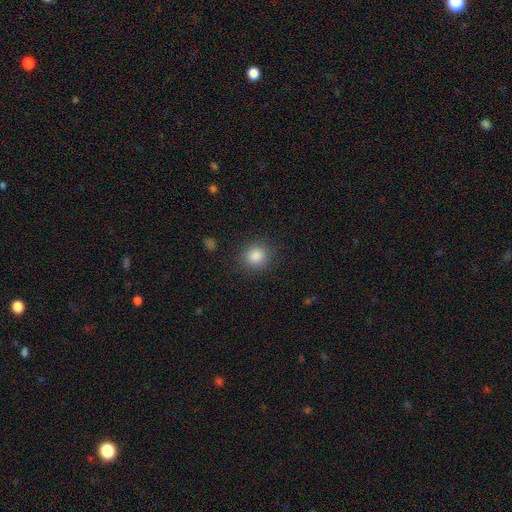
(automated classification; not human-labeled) smooth 86%, star or artifact 10%, featured or disk 4%. Down the decision tree: how rounded — round (87%); merging — none (88%).